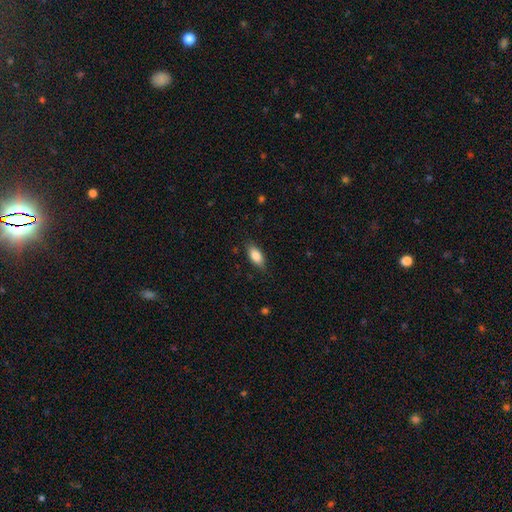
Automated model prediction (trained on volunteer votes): This is clearly a smooth galaxy (83%). How rounded: clearly in between (86%). Merging: clearly none (81%).